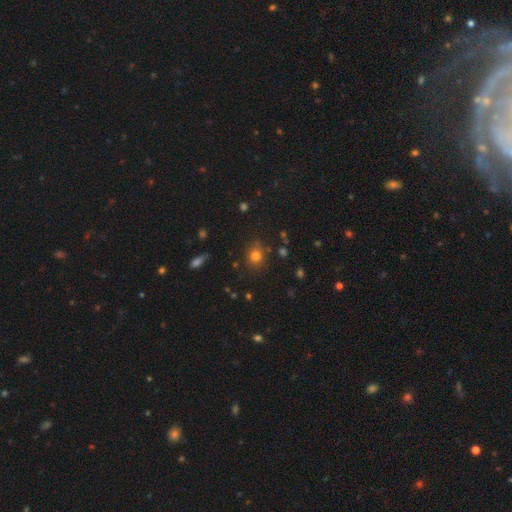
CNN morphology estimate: Overall: smooth (76%). How rounded: round (81%). Merging: none (80%).